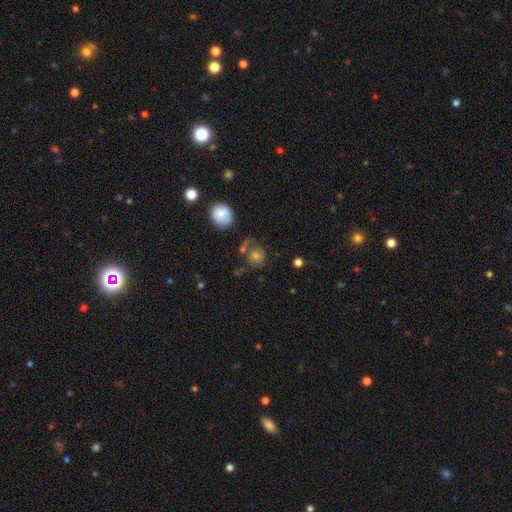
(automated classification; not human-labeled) Q: Smooth or featured?
A: smooth (58%); runner-up: featured or disk (24%)
Q: How rounded?
A: round (77%); runner-up: in between (22%)
Q: Merging?
A: none (57%); runner-up: minor disturbance (19%)